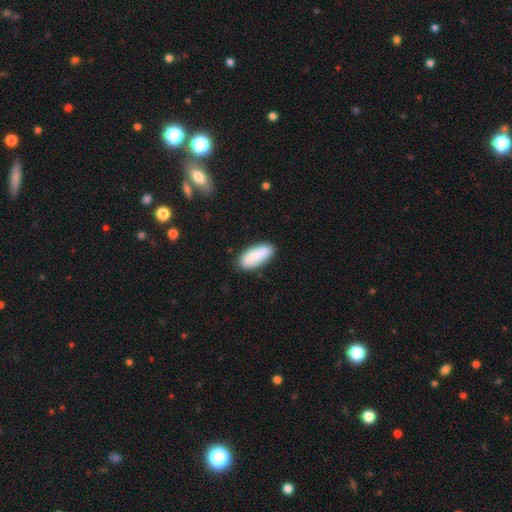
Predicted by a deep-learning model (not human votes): The model was most divided on "merging": none: 85%, minor disturbance: 11%, major disturbance: 2%, merger: 2%. More confident: how rounded — in between (87%); smooth or featured — smooth (84%).